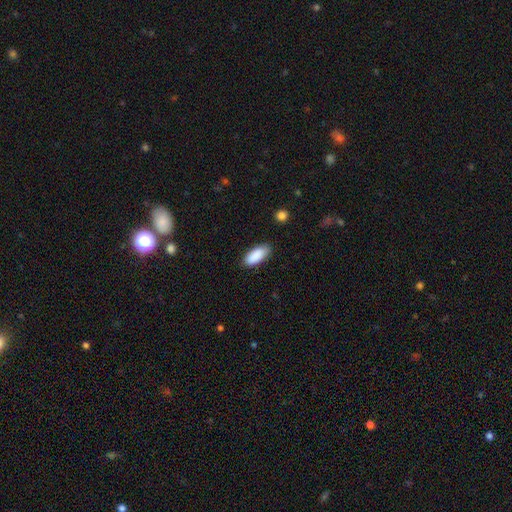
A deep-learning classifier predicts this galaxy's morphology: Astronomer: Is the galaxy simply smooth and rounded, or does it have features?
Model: smooth — 90%.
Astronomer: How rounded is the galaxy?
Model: in between — 83%.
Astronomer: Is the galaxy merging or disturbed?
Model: none — 84%.